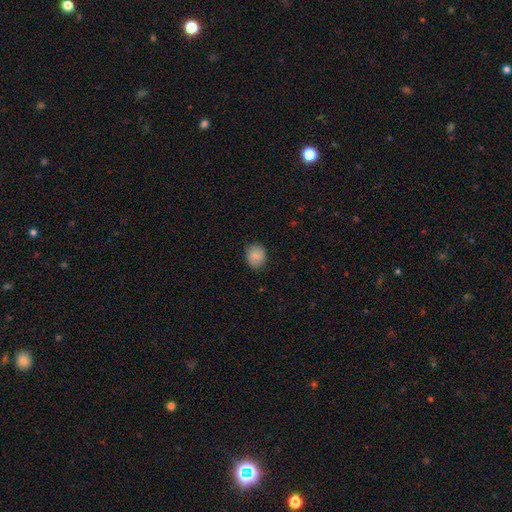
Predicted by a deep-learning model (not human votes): smooth-or-featured: smooth: 81% | featured or disk: 11% | star or artifact: 8%
  how-rounded: round: 69% | in between: 30% | cigar-shaped: 1%
  merging: none: 85% | minor disturbance: 11% | major disturbance: 3% | merger: 1%